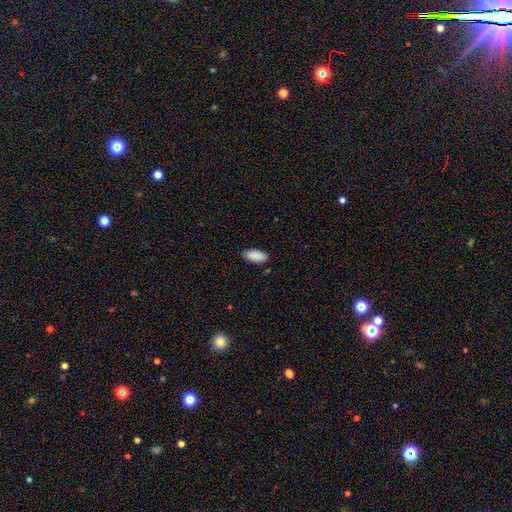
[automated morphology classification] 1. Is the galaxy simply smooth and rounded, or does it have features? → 91% smooth, 6% star or artifact, 3% featured or disk.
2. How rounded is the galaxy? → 89% in between, 9% cigar-shaped, 2% round.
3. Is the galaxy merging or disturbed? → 88% none, 9% minor disturbance, 2% major disturbance, 1% merger.